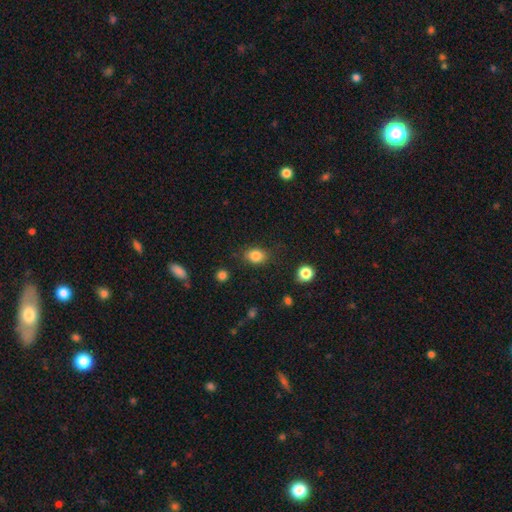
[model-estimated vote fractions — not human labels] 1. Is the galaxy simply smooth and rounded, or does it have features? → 84% smooth, 10% star or artifact, 6% featured or disk.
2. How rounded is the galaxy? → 64% in between, 35% round, 1% cigar-shaped.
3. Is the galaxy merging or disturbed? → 80% none, 14% minor disturbance, 4% major disturbance, 2% merger.